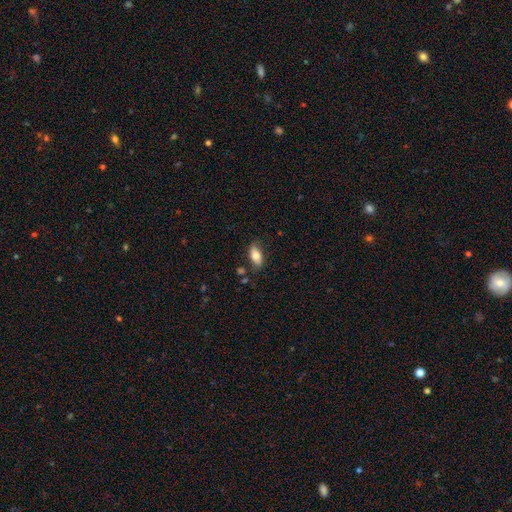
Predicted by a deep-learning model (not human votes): This appears to be a smooth galaxy with no disk features (75%) that is in between round and cigar-shaped (88%). Merging: none (79%).